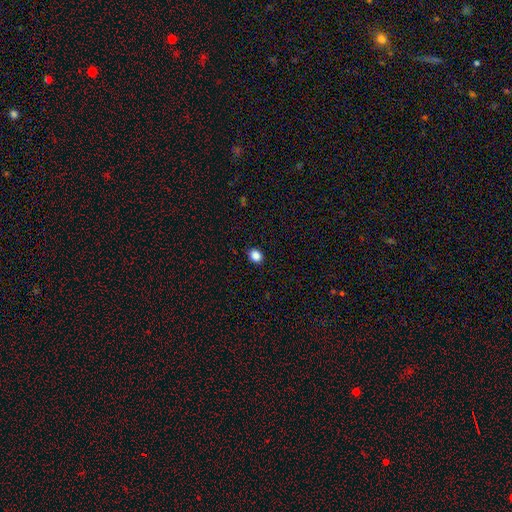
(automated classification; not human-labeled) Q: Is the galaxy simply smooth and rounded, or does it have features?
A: smooth — 86%.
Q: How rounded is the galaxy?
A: round — 61%.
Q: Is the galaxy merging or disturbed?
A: none — 90%.